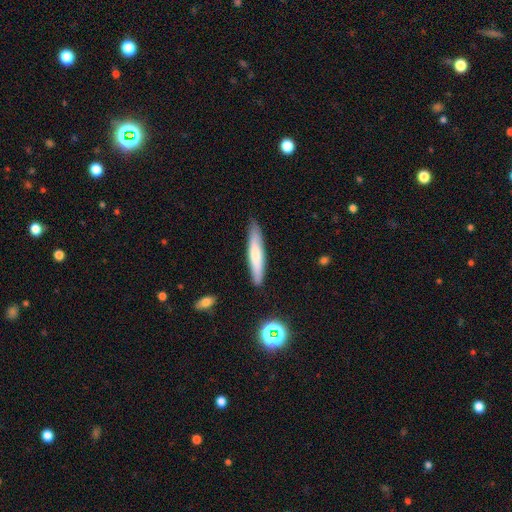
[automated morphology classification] Smooth or featured? Predicted: smooth (p=0.66). How rounded? Predicted: cigar-shaped (p=0.91). Merging? Predicted: none (p=0.85).